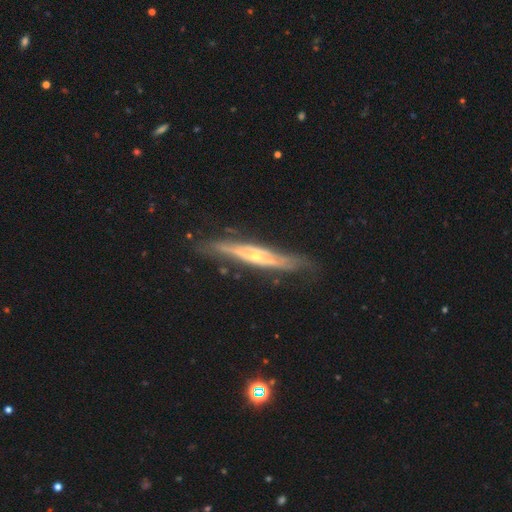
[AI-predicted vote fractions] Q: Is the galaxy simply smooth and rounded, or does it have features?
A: featured or disk — 79%.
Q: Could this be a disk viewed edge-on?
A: yes — 78%.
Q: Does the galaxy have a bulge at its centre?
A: rounded — 73%.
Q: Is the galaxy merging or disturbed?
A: none — 72%.